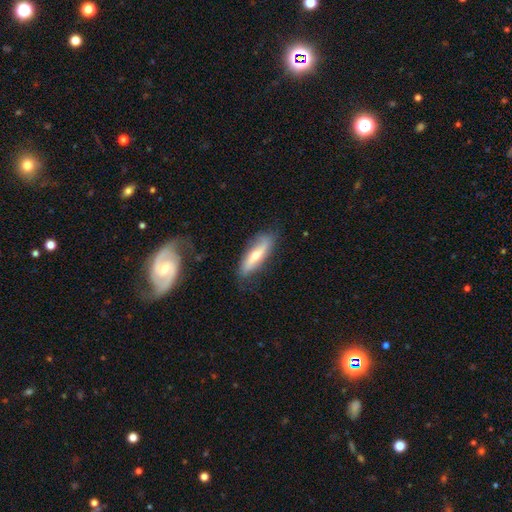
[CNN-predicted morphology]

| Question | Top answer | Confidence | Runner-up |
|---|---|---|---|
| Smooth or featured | featured or disk | 49% | smooth (45%) |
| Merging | none | 73% | minor disturbance (19%) |